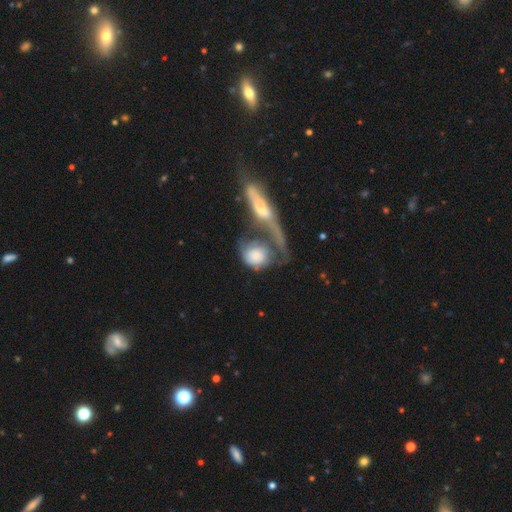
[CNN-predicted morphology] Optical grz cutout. It shows a smooth galaxy with no disk features (57%) that is round (61%). Merging: merger (55%).